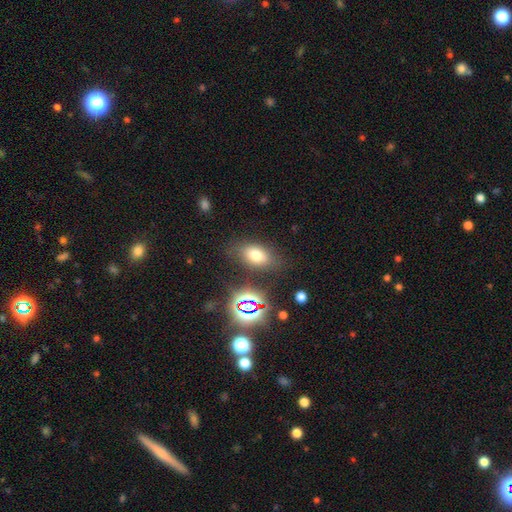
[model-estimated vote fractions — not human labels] Smooth or featured? Predicted: smooth (p=0.69). How rounded? Predicted: in between (p=0.83). Merging? Predicted: none (p=0.78).